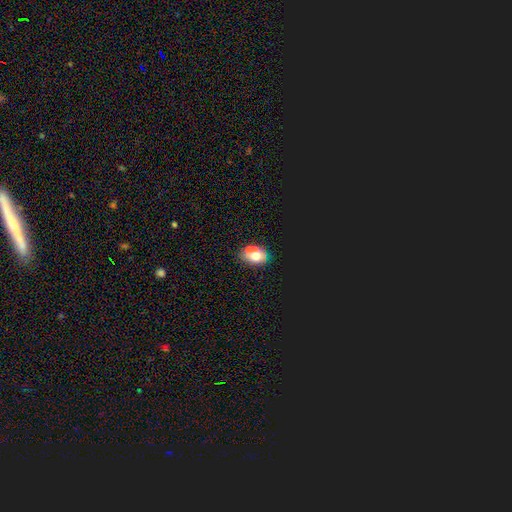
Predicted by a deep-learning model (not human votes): A smooth galaxy with no disk features (55%) that is in between round and cigar-shaped (56%).

Vote fractions:
- Smooth or featured? smooth: 55% / featured or disk: 24% / star or artifact: 20%
- How rounded? in between: 56% / round: 42% / cigar-shaped: 2%
- Merging? none: 50% / merger: 28% / minor disturbance: 15% / major disturbance: 7%